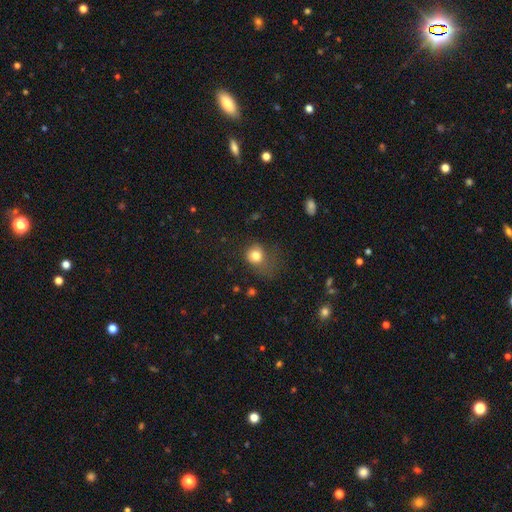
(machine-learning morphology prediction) Overall: smooth (78%). How rounded: round (72%). Merging: none (41%; major disturbance 30%).